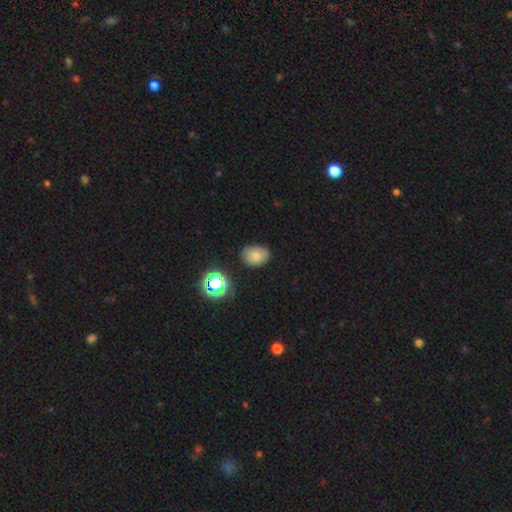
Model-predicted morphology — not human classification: smooth 74%, star or artifact 15%, featured or disk 11%. Down the decision tree: how rounded — in between (68%); merging — none (80%).